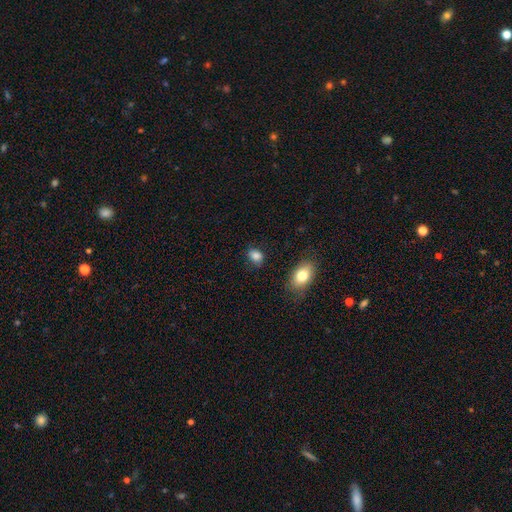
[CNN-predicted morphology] A smooth galaxy with no disk features (84%) that is in between round and cigar-shaped (67%).

Vote fractions:
- Smooth or featured? smooth: 84% / star or artifact: 10% / featured or disk: 6%
- How rounded? in between: 67% / round: 31% / cigar-shaped: 1%
- Merging? none: 77% / minor disturbance: 16% / major disturbance: 4% / merger: 3%